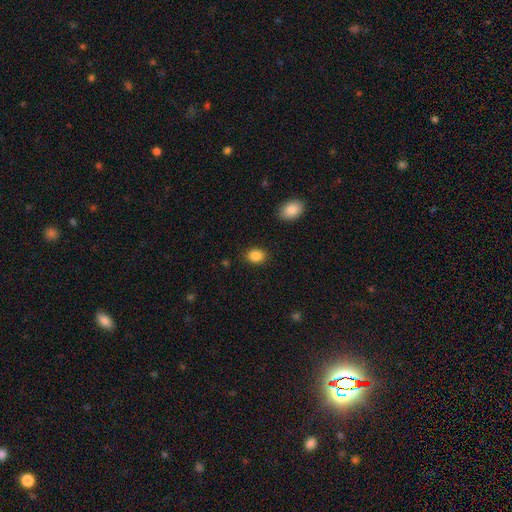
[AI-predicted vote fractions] Q: Smooth or featured?
A: smooth (87%); runner-up: star or artifact (9%)
Q: How rounded?
A: in between (60%); runner-up: round (39%)
Q: Merging?
A: none (87%); runner-up: minor disturbance (9%)